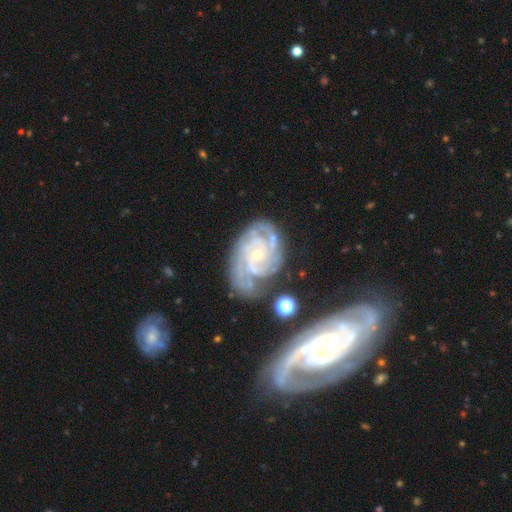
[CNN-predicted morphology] Smooth or featured? featured or disk (89%)
Edge-on disk? no (97%)
Bar? no (68%)
Spiral arms? yes (98%)
Spiral winding? tight (69%)
Spiral arm count? 3 (30%)
Bulge size? small (75%)
Merging? none (67%)